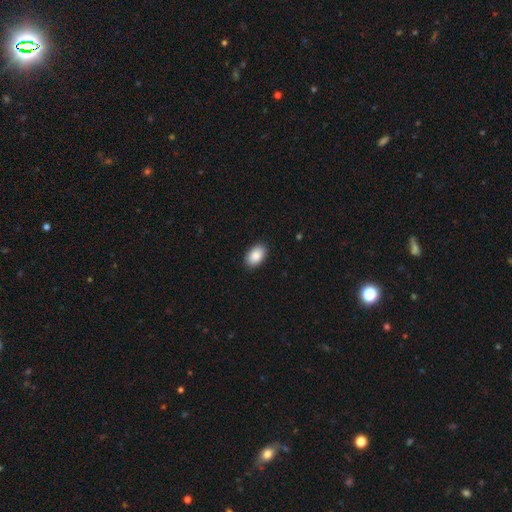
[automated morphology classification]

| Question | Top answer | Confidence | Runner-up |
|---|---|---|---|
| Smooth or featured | smooth | 89% | star or artifact (7%) |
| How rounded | in between | 92% | round (7%) |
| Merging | none | 89% | minor disturbance (8%) |